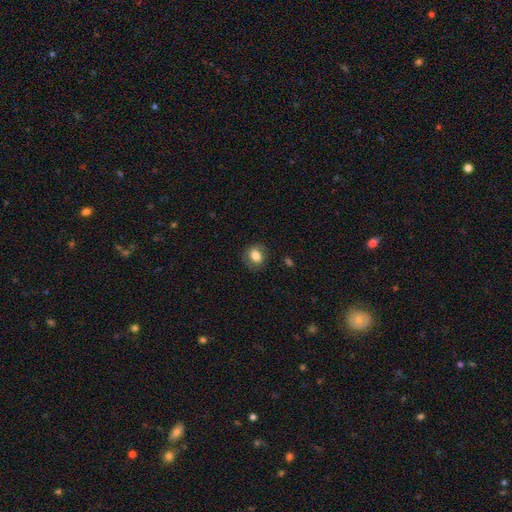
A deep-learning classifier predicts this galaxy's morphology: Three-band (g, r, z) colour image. It shows a smooth galaxy with no disk features (75%) that is round (53%). Merging: none (77%).